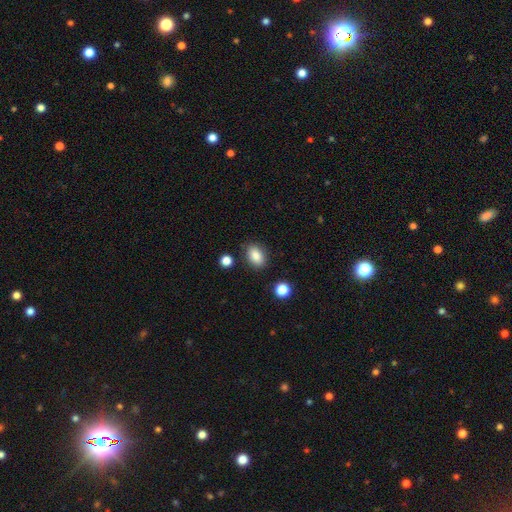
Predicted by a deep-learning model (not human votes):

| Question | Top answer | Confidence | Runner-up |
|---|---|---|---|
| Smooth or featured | smooth | 86% | star or artifact (9%) |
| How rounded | in between | 81% | round (18%) |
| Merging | none | 84% | minor disturbance (11%) |